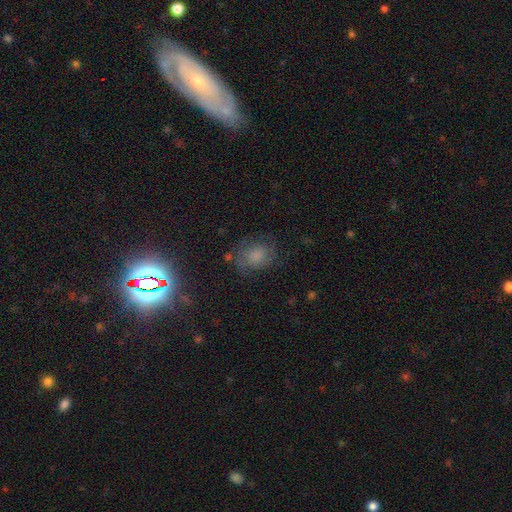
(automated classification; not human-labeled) smooth 48%, featured or disk 33%, star or artifact 19%. Down the decision tree: merging — none (64%).